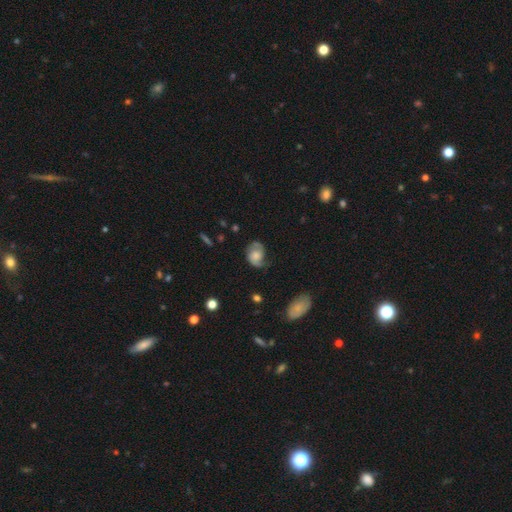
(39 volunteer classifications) This is likely a featured or disk galaxy (62%). It is clearly not viewed edge-on (100%). Bar: likely no (71%). Spiral arm pattern: clearly yes (92%). Spiral arm count: clearly 2 (95%). Spiral winding: likely medium (68%). Central bulge: possibly moderate (46%). Merging: marginally none (39%).